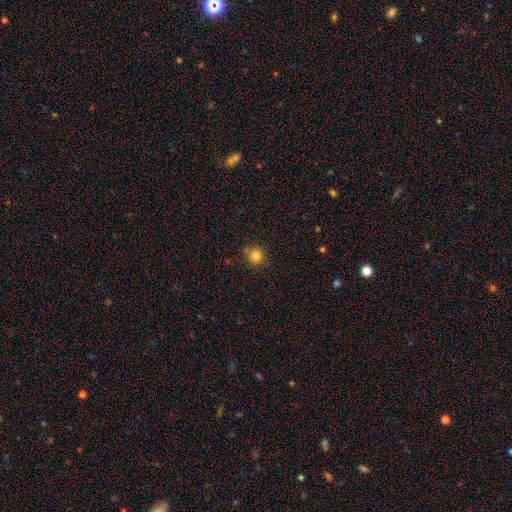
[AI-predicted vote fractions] This appears to be a smooth galaxy with no disk features (81%) that is round (88%). Merging: none (77%).